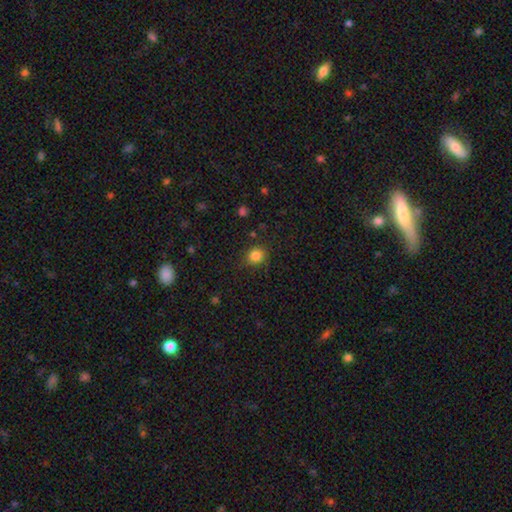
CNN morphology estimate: Smooth or featured?
  - smooth: 83% *
  - star or artifact: 12%
  - featured or disk: 5%
How rounded?
  - round: 85% *
  - in between: 14%
  - cigar-shaped: 1%
Merging?
  - none: 85% *
  - minor disturbance: 11%
  - major disturbance: 3%
  - merger: 2%